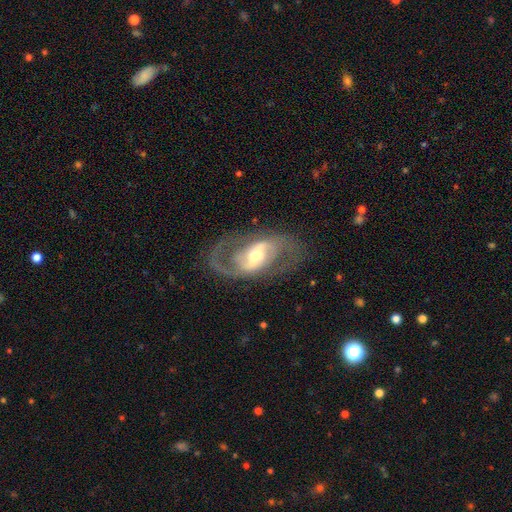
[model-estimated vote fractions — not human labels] This is clearly a featured or disk galaxy (86%). It is clearly not viewed edge-on (95%). Bar: marginally weak (40%). Spiral arm pattern: clearly yes (89%). Spiral arm count: clearly 2 (87%). Spiral winding: possibly medium (52%). Central bulge: likely moderate (63%). Merging: likely none (74%).